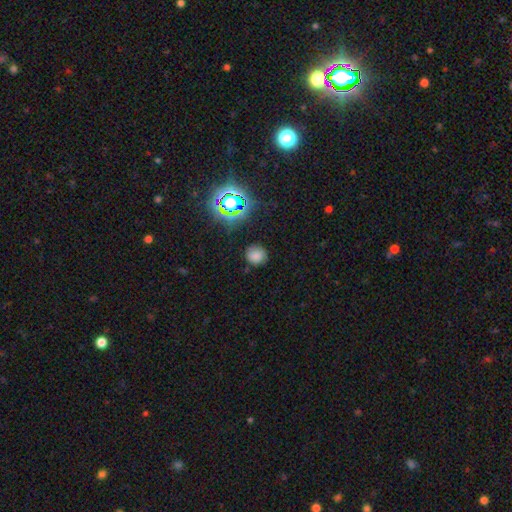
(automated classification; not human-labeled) Smooth or featured? Predicted: smooth (p=0.72). How rounded? Predicted: round (p=0.86). Merging? Predicted: none (p=0.81).